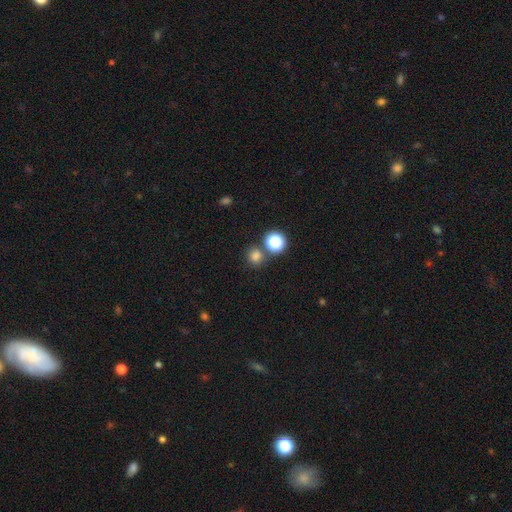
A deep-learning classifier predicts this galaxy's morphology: This is likely a smooth galaxy (77%). How rounded: clearly round (90%). Merging: likely none (73%).